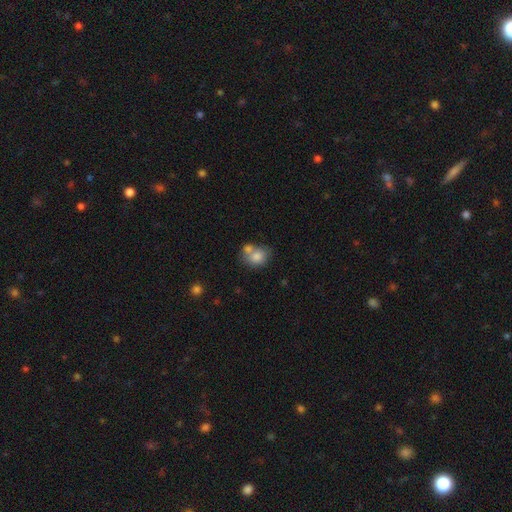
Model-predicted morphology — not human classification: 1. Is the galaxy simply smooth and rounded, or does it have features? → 79% smooth, 13% featured or disk, 9% star or artifact.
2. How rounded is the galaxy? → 56% round, 43% in between, 1% cigar-shaped.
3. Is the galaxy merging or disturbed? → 43% merger, 39% none, 13% minor disturbance, 5% major disturbance.